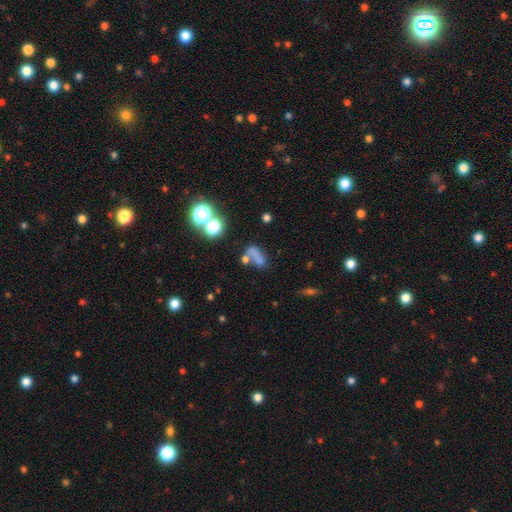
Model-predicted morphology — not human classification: smooth 59%, star or artifact 21%, featured or disk 19%. Down the decision tree: how rounded — in between (70%); merging — none (37%).